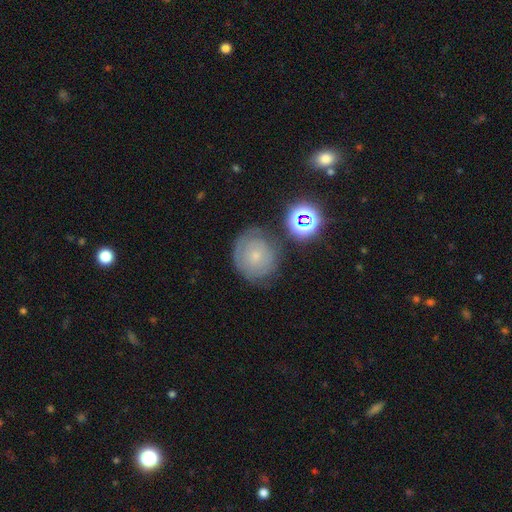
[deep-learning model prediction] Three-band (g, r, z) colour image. It shows a smooth galaxy with no disk features (47%). Merging: none (68%).